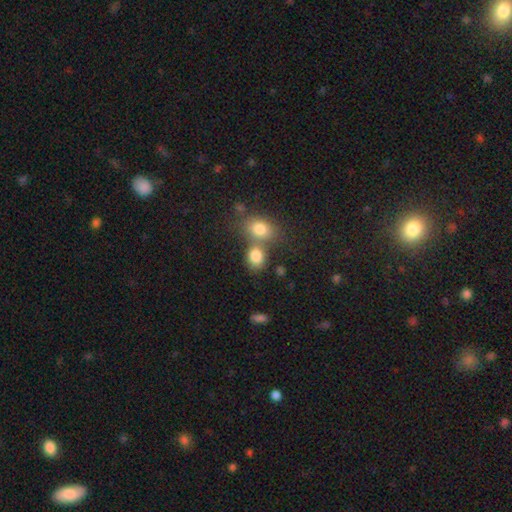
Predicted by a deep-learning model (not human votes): Smooth or featured: smooth — 82% (star or artifact — 10%)
How rounded: in between — 57% (round — 41%)
Merging: merger — 44% (none — 42%)